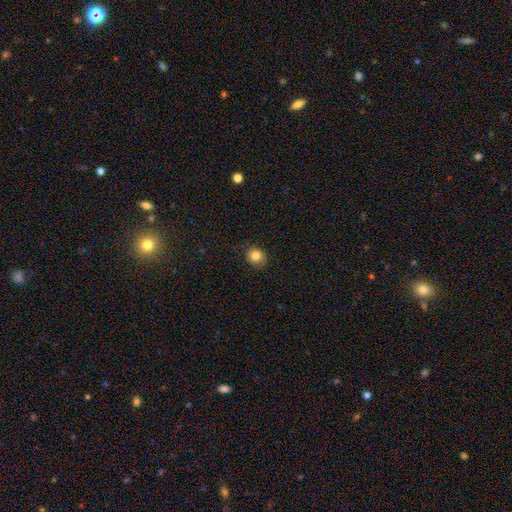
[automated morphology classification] smooth-or-featured: smooth: 83% | star or artifact: 11% | featured or disk: 7%
  how-rounded: round: 68% | in between: 31% | cigar-shaped: 1%
  merging: none: 85% | minor disturbance: 12% | major disturbance: 2% | merger: 1%